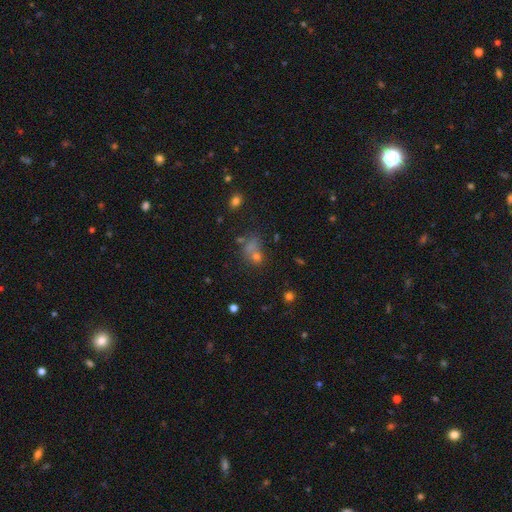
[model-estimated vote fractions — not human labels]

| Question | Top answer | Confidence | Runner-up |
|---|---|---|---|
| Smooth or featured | smooth | 55% | star or artifact (29%) |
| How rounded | round | 58% | in between (40%) |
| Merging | none | 41% | merger (33%) |